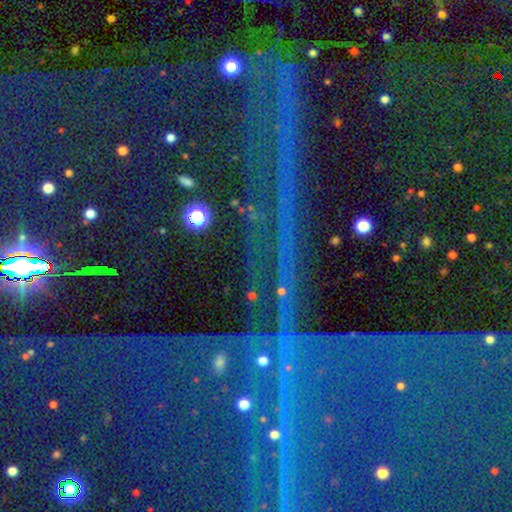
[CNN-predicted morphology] Smooth or featured? star or artifact (89%)